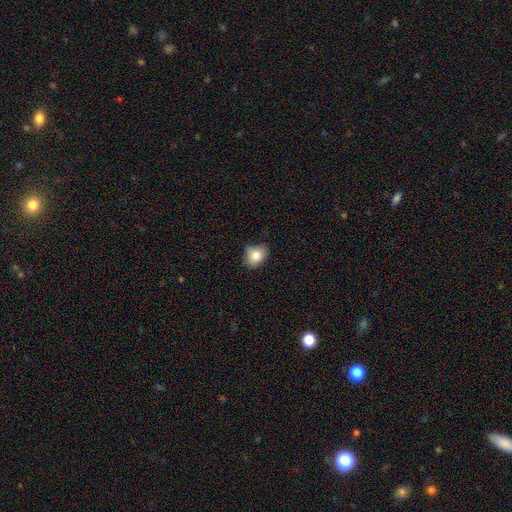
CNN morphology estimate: smooth 82%, featured or disk 9%, star or artifact 9%. Down the decision tree: how rounded — in between (59%); merging — none (65%).